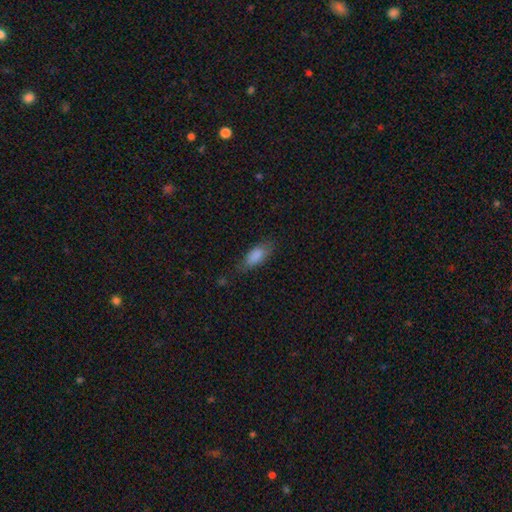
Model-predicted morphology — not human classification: The model was most divided on "merging": none: 71%, minor disturbance: 22%, major disturbance: 6%, merger: 2%. More confident: smooth or featured — smooth (85%); how rounded — in between (83%).